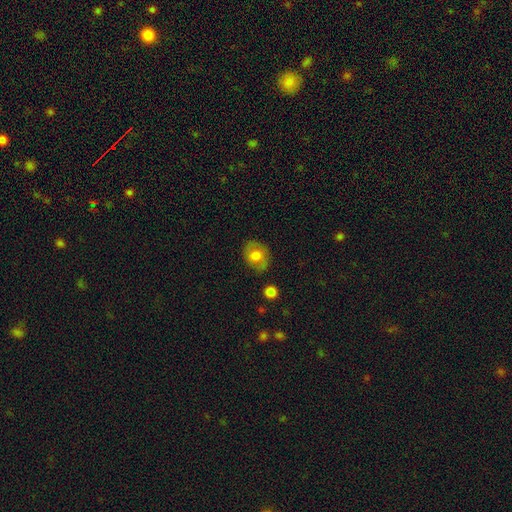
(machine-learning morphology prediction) This appears to be a smooth galaxy with no disk features (66%) that is round (54%). Merging: none (74%).